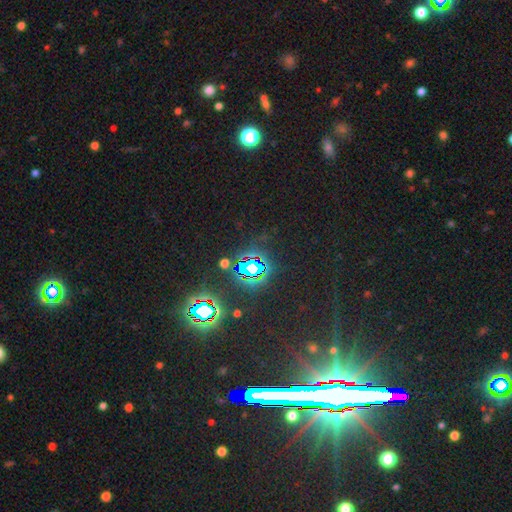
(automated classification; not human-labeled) Smooth or featured? star or artifact (80%)